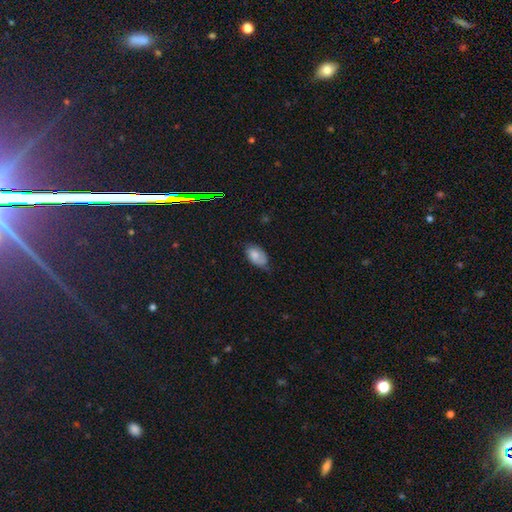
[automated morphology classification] Overall: smooth (75%). How rounded: in between (93%). Merging: none (57%; minor disturbance 34%).